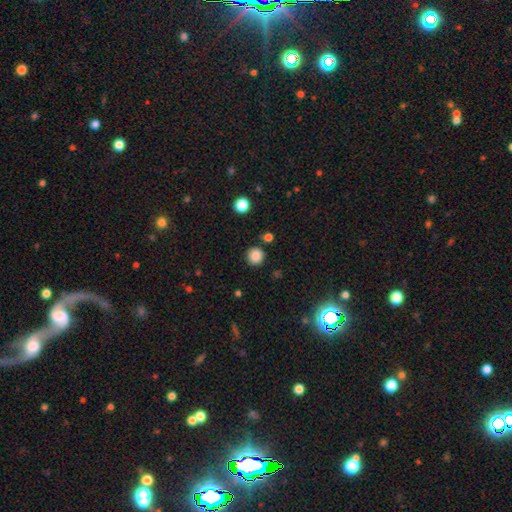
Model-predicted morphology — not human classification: A smooth galaxy with no disk features (85%) that is round (93%). Merging: none (88%).